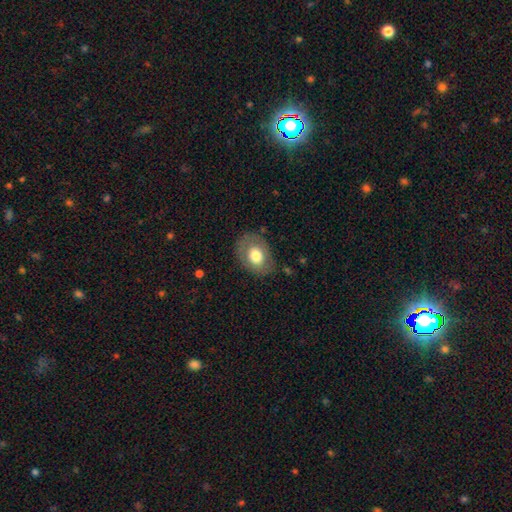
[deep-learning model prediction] A smooth galaxy with no disk features (69%) that is in between round and cigar-shaped (67%).

Vote fractions:
- Smooth or featured? smooth: 69% / featured or disk: 24% / star or artifact: 7%
- How rounded? in between: 67% / round: 32% / cigar-shaped: 1%
- Merging? none: 77% / minor disturbance: 16% / major disturbance: 6% / merger: 2%